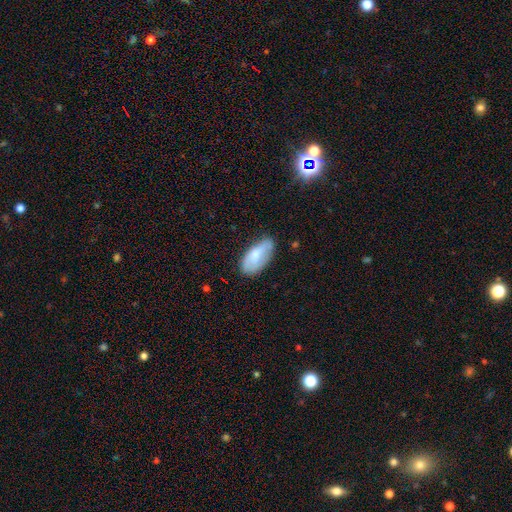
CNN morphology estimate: smooth 74%, featured or disk 20%, star or artifact 7%. Down the decision tree: how rounded — in between (92%); merging — none (63%).